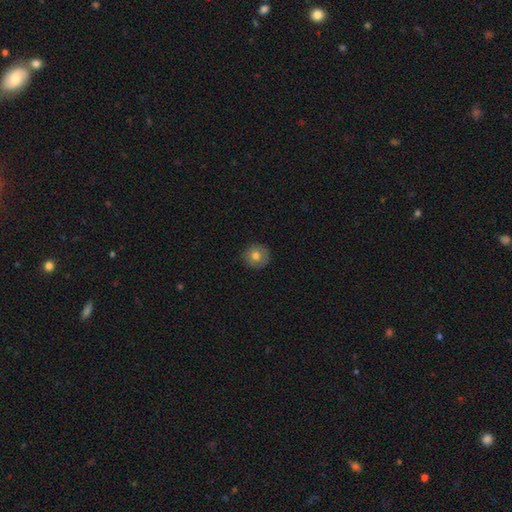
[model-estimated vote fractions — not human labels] Smooth or featured? smooth (76%)
How rounded? round (92%)
Merging? none (88%)